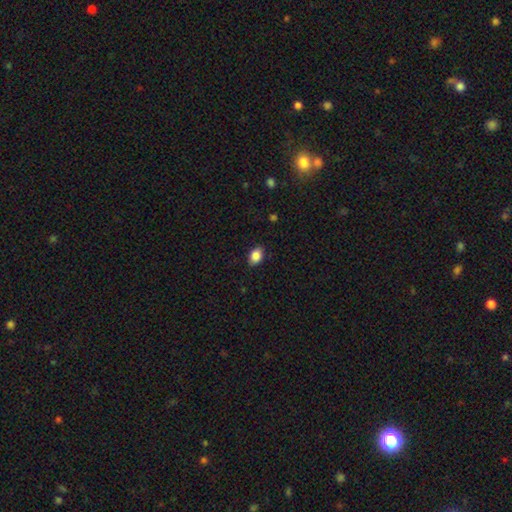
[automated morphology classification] smooth-or-featured: smooth: 87% | star or artifact: 8% | featured or disk: 5%
  how-rounded: in between: 81% | round: 18% | cigar-shaped: 1%
  merging: none: 86% | minor disturbance: 11% | major disturbance: 2% | merger: 1%